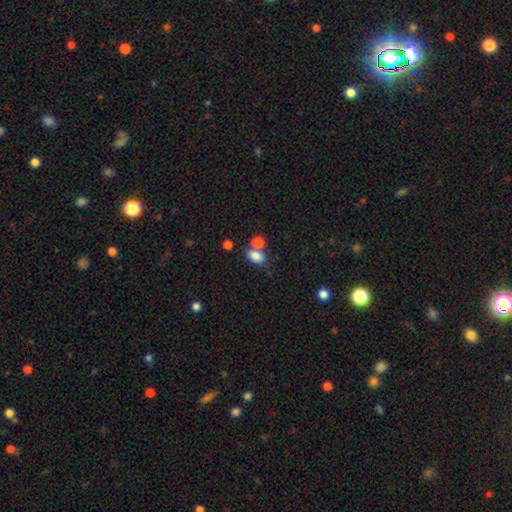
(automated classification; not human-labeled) A smooth galaxy with no disk features (83%) that is in between round and cigar-shaped (83%).

Vote fractions:
- Smooth or featured? smooth: 83% / star or artifact: 10% / featured or disk: 7%
- How rounded? in between: 83% / round: 15% / cigar-shaped: 2%
- Merging? none: 52% / merger: 32% / minor disturbance: 11% / major disturbance: 4%